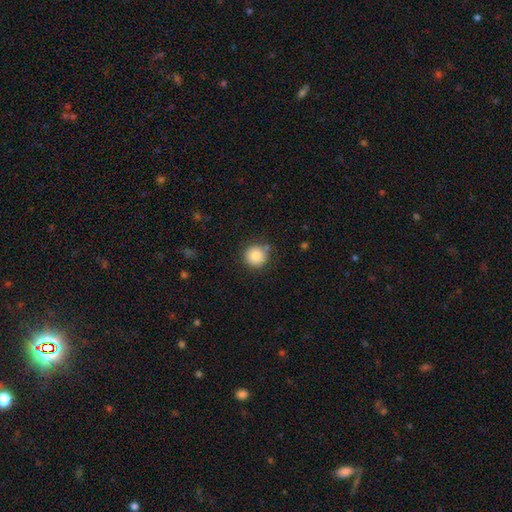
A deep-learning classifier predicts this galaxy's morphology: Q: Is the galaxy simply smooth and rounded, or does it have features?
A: smooth — 86%.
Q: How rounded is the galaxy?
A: round — 94%.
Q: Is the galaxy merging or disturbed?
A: none — 85%.